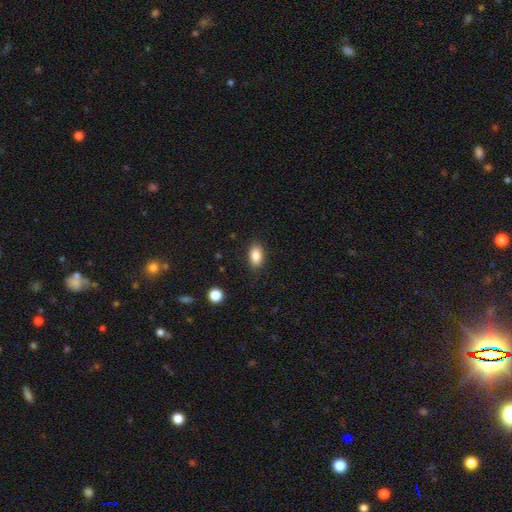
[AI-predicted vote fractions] Smooth or featured? smooth (86%)
How rounded? in between (89%)
Merging? none (87%)